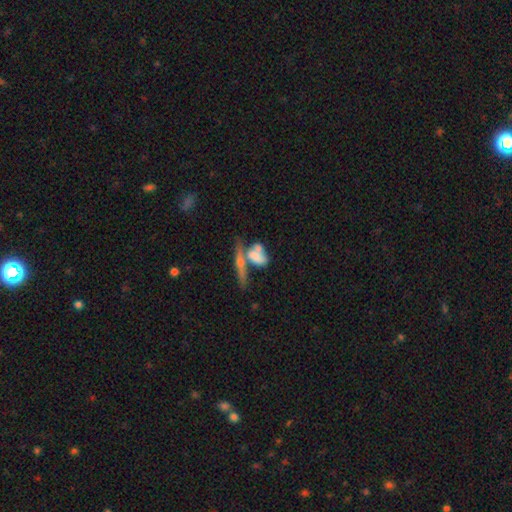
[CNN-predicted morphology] Smooth or featured: smooth — 57% (featured or disk — 34%)
How rounded: in between — 68% (cigar-shaped — 22%)
Merging: merger — 55% (none — 23%)